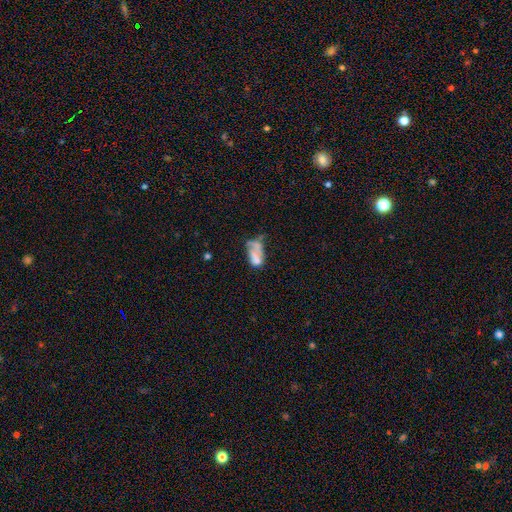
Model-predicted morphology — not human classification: Smooth or featured: smooth — 53% (featured or disk — 34%)
How rounded: in between — 86% (round — 7%)
Merging: major disturbance — 33% (merger — 31%)